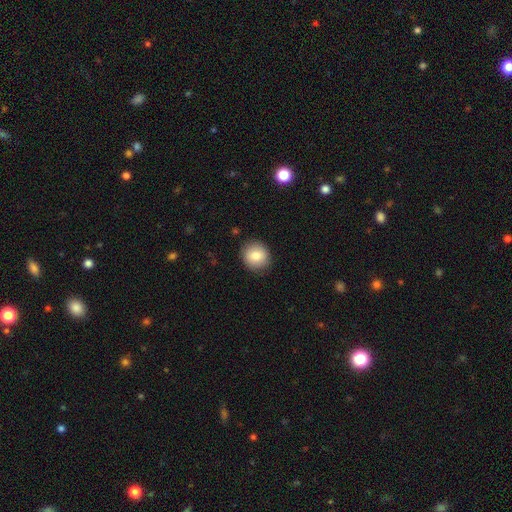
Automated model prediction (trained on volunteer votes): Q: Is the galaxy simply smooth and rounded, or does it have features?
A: smooth — 82%.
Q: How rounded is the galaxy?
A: round — 86%.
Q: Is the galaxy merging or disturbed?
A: none — 88%.